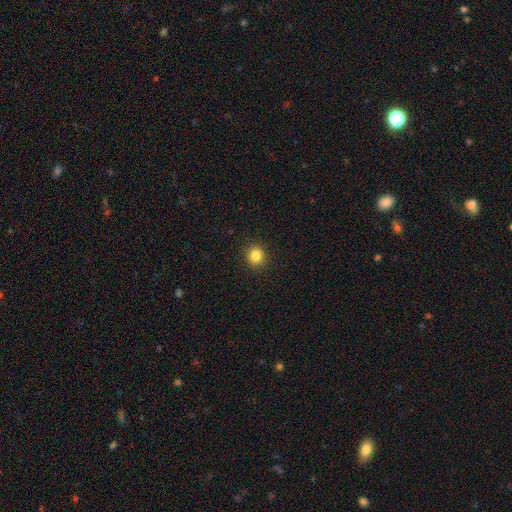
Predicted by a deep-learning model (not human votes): smooth 84%, star or artifact 11%, featured or disk 5%. Down the decision tree: how rounded — round (85%); merging — none (92%).